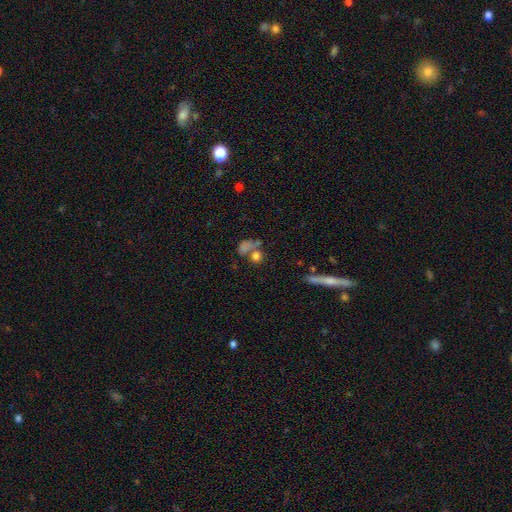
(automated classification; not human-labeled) A smooth galaxy with no disk features (72%) that is round (73%).

Vote fractions:
- Smooth or featured? smooth: 72% / star or artifact: 16% / featured or disk: 12%
- How rounded? round: 73% / in between: 24% / cigar-shaped: 3%
- Merging? none: 42% / merger: 38% / minor disturbance: 10% / major disturbance: 9%